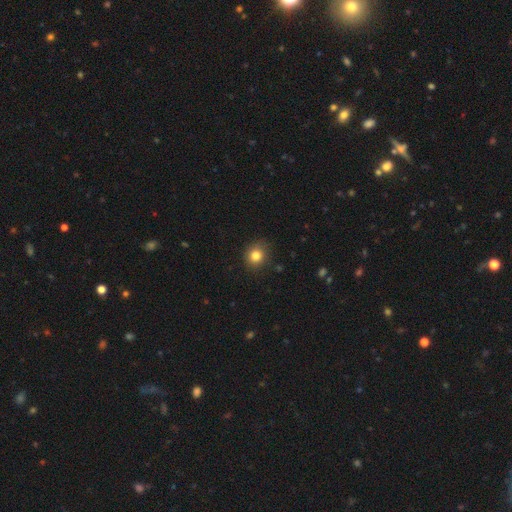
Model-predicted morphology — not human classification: smooth-or-featured: smooth: 82% | star or artifact: 12% | featured or disk: 6%
  how-rounded: round: 80% | in between: 19% | cigar-shaped: 1%
  merging: none: 85% | minor disturbance: 12% | major disturbance: 3% | merger: 1%